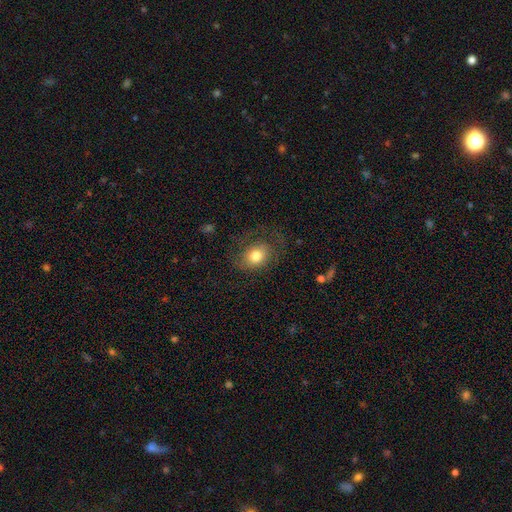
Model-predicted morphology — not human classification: A smooth galaxy with no disk features (74%) that is in between round and cigar-shaped (60%). Merging: none (62%).